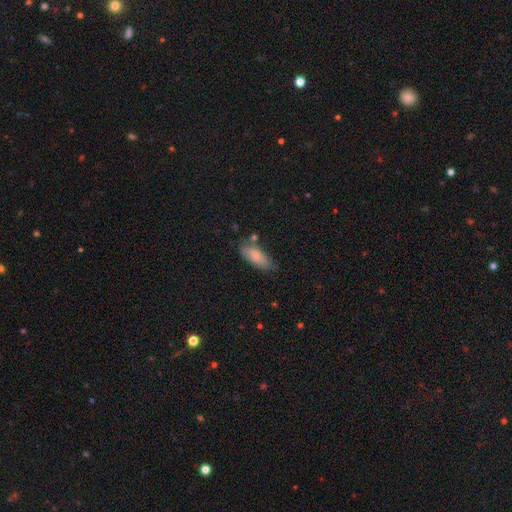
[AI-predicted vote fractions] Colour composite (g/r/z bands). It shows a smooth galaxy with no disk features (80%) that is in between round and cigar-shaped (79%). Merging: none (60%).